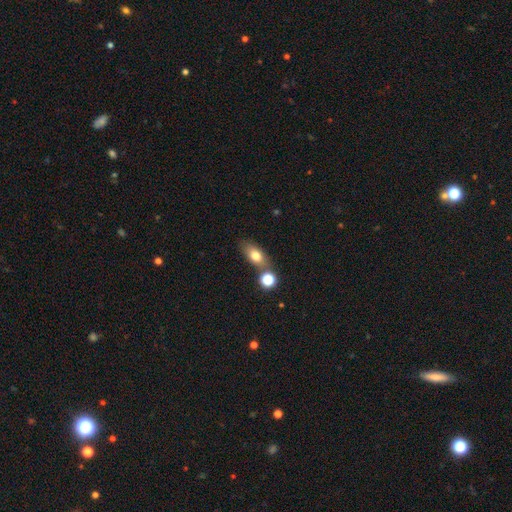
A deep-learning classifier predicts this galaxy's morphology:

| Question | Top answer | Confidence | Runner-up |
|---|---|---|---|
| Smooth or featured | smooth | 74% | featured or disk (16%) |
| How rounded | in between | 76% | round (13%) |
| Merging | none | 61% | merger (21%) |